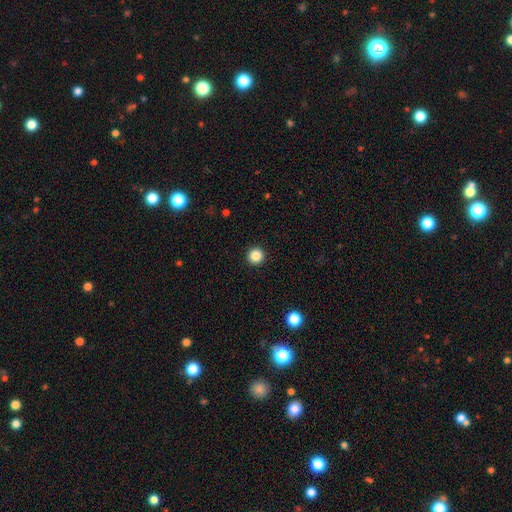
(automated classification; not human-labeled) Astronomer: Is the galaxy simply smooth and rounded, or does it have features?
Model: smooth — 86%.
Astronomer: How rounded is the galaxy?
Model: round — 96%.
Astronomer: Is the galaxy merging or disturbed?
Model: none — 94%.